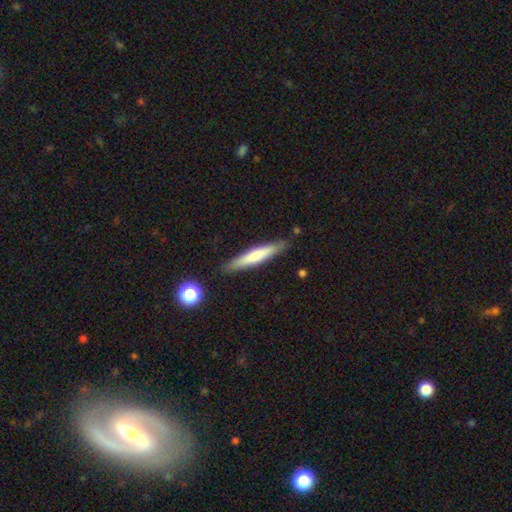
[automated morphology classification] A smooth galaxy with no disk features (61%) that is cigar-shaped (91%).

Vote fractions:
- Smooth or featured? smooth: 61% / featured or disk: 33% / star or artifact: 5%
- How rounded? cigar-shaped: 91% / in between: 7% / round: 1%
- Merging? none: 87% / minor disturbance: 9% / major disturbance: 2% / merger: 2%